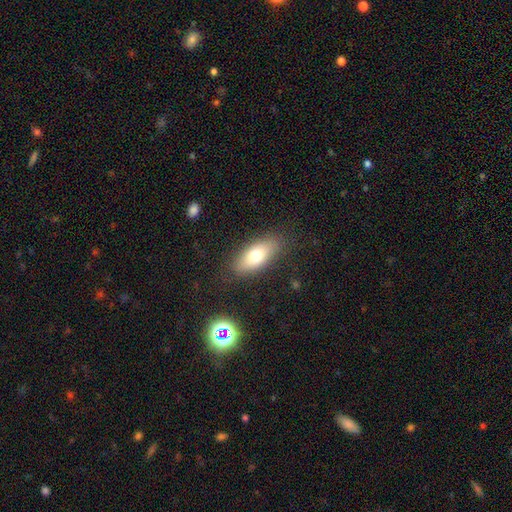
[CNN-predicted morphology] smooth 73%, featured or disk 19%, star or artifact 8%. Down the decision tree: how rounded — in between (82%); merging — none (84%).